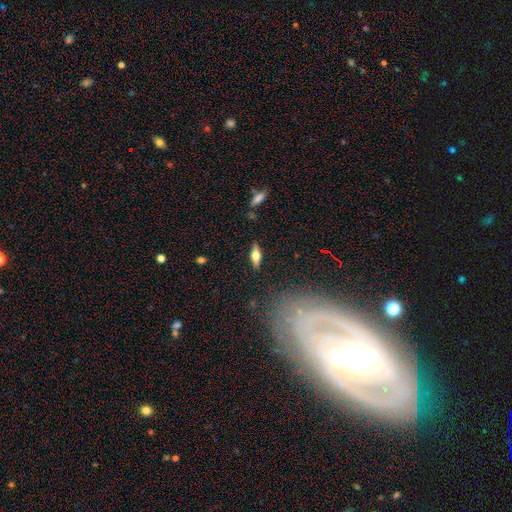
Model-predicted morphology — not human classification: A featured or disk galaxy (49%).

Vote fractions:
- Smooth or featured? featured or disk: 49% / smooth: 43% / star or artifact: 8%
- Merging? none: 87% / minor disturbance: 9% / major disturbance: 3% / merger: 2%